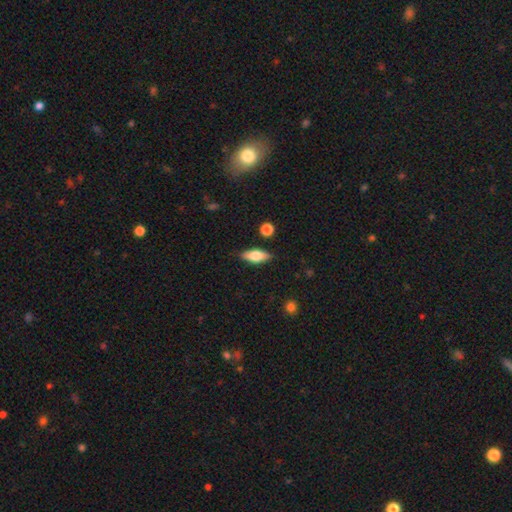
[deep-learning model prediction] smooth 65%, featured or disk 28%, star or artifact 7%. Down the decision tree: how rounded — in between (72%); merging — none (84%).